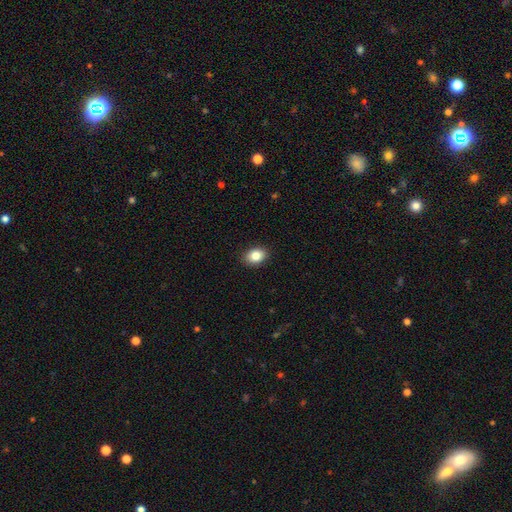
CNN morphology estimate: A smooth galaxy with no disk features (83%) that is in between round and cigar-shaped (70%). Merging: none (90%).